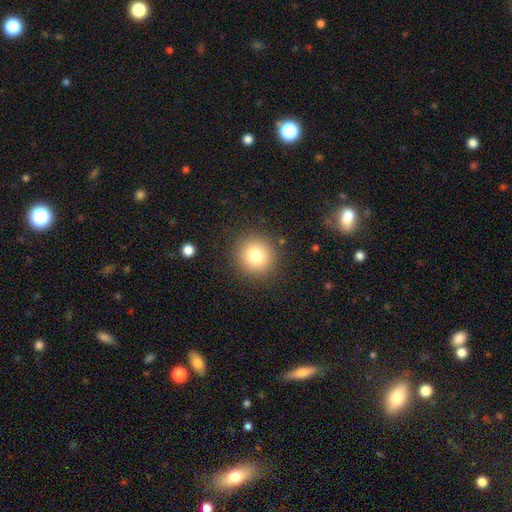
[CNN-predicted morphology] A smooth galaxy with no disk features (79%) that is round (93%). Merging: none (89%).